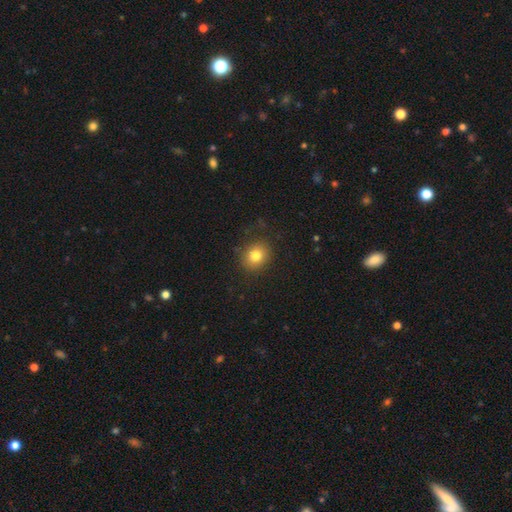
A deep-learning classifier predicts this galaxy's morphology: Smooth or featured? smooth (81%)
How rounded? round (72%)
Merging? none (86%)